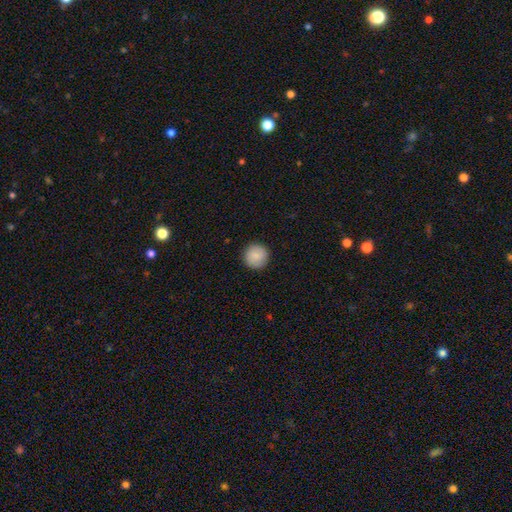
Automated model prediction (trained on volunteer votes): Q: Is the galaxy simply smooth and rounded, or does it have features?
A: smooth — 88%.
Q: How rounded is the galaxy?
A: round — 96%.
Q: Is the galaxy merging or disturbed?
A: none — 92%.